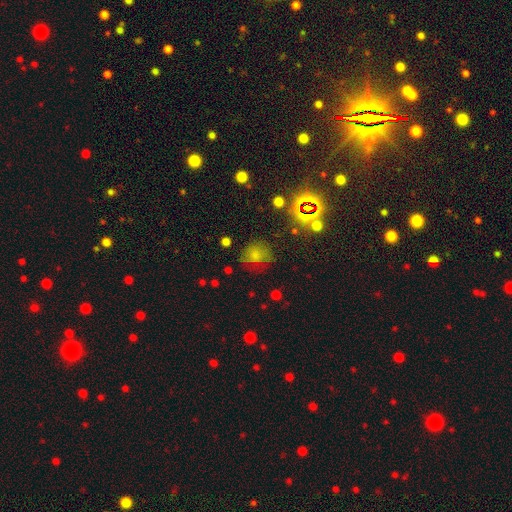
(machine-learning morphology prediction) The model was most divided on "merging": none: 59%, minor disturbance: 23%, major disturbance: 15%, merger: 3%. More confident: how rounded — round (75%); smooth or featured — smooth (64%).